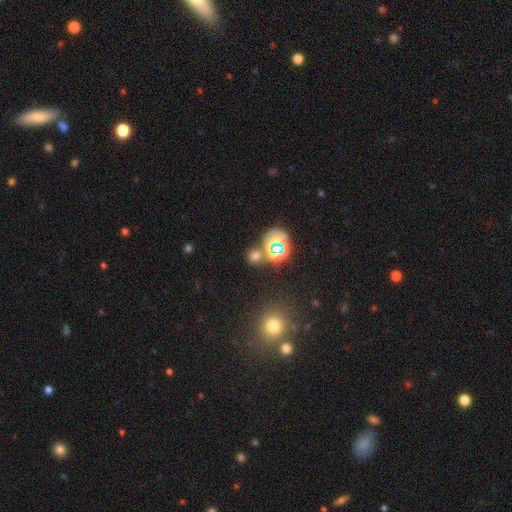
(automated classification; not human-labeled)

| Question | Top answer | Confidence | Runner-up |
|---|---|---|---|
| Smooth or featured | smooth | 61% | star or artifact (32%) |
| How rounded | round | 78% | in between (20%) |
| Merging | none | 69% | merger (17%) |